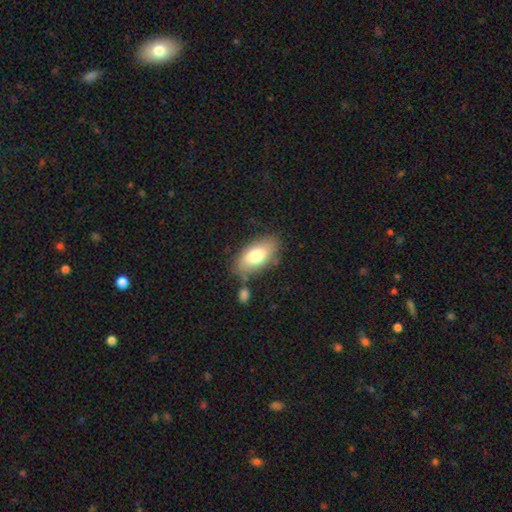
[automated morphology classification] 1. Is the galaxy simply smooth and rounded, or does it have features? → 76% smooth, 17% featured or disk, 7% star or artifact.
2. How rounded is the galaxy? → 92% in between, 4% cigar-shaped, 4% round.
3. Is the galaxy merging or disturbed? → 73% none, 15% minor disturbance, 7% merger, 4% major disturbance.